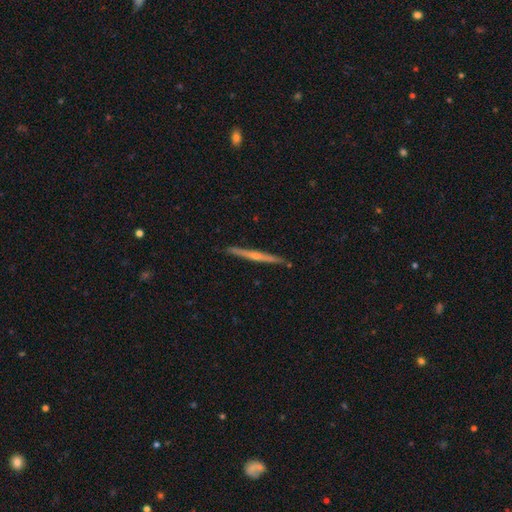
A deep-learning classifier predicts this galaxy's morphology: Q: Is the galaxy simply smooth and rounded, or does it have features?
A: featured or disk — 68%.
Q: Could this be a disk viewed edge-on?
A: yes — 95%.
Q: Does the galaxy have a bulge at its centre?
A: rounded — 60%.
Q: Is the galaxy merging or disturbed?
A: none — 88%.